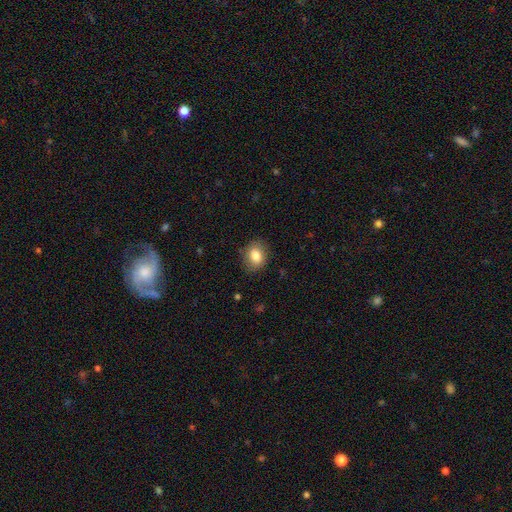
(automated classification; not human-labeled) Smooth or featured? Predicted: smooth (p=0.82). How rounded? Predicted: in between (p=0.57). Merging? Predicted: none (p=0.84).